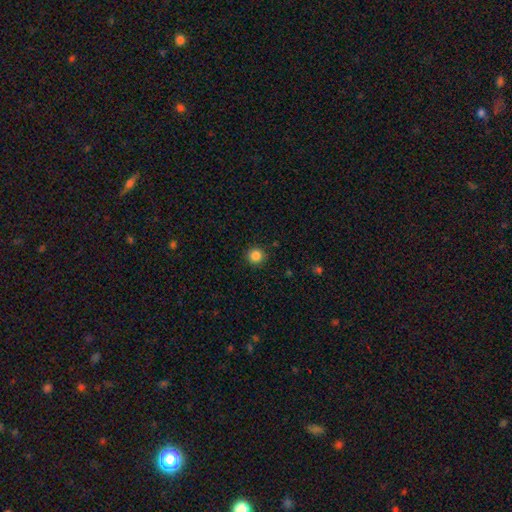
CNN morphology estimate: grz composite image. It shows a smooth galaxy with no disk features (85%) that is round (95%). Merging: none (92%).